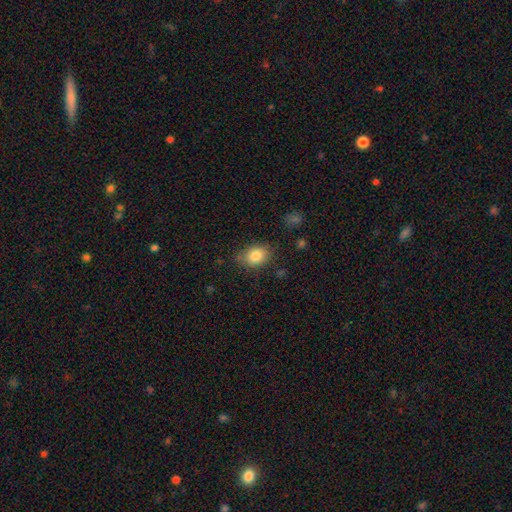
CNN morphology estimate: smooth-or-featured: smooth: 83% | star or artifact: 9% | featured or disk: 8%
  how-rounded: in between: 58% | round: 41% | cigar-shaped: 1%
  merging: none: 77% | minor disturbance: 17% | major disturbance: 4% | merger: 2%